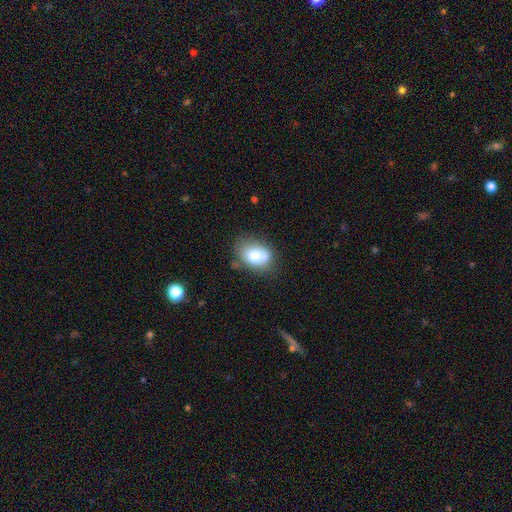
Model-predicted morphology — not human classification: A smooth galaxy with no disk features (75%) that is in between round and cigar-shaped (79%).

Vote fractions:
- Smooth or featured? smooth: 75% / featured or disk: 16% / star or artifact: 9%
- How rounded? in between: 79% / round: 20% / cigar-shaped: 1%
- Merging? none: 49% / minor disturbance: 28% / merger: 13% / major disturbance: 10%